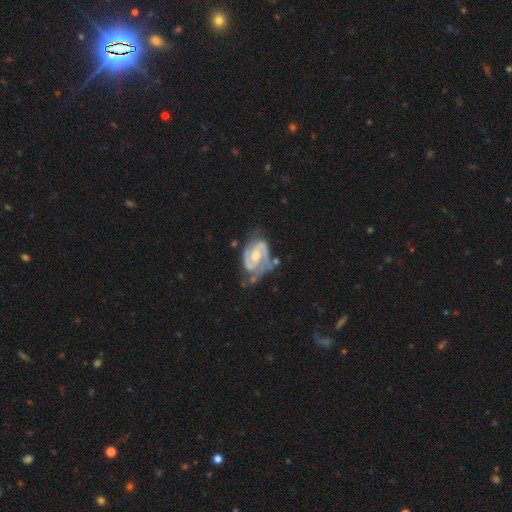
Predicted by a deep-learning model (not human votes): Smooth or featured? featured or disk (89%)
Edge-on disk? no (98%)
Bar? weak (44%)
Spiral arms? yes (97%)
Spiral winding? tight (50%)
Spiral arm count? 2 (86%)
Bulge size? moderate (49%)
Merging? none (56%)